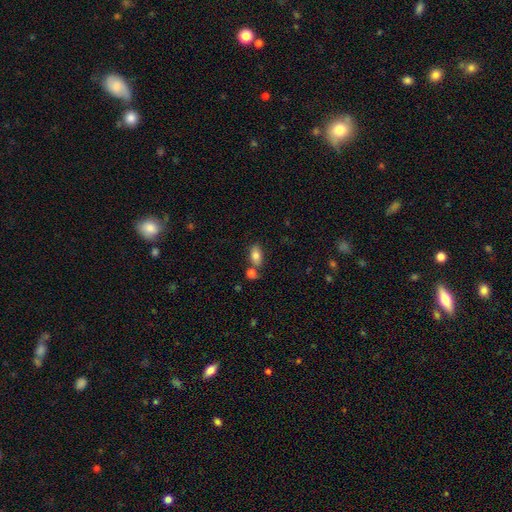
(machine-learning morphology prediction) smooth-or-featured: smooth: 81% | featured or disk: 11% | star or artifact: 8%
  how-rounded: in between: 89% | round: 7% | cigar-shaped: 4%
  merging: none: 62% | merger: 22% | minor disturbance: 12% | major disturbance: 4%